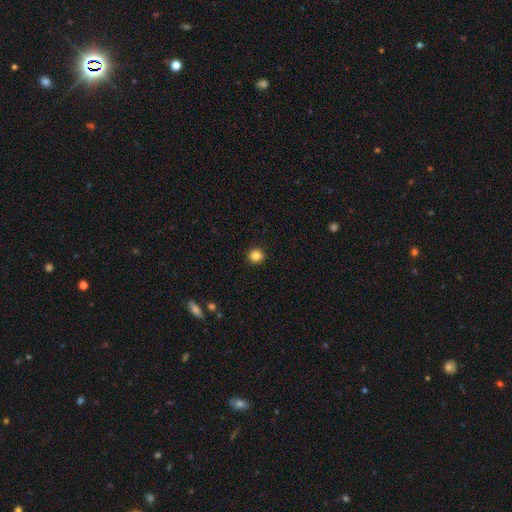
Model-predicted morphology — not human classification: smooth-or-featured: smooth: 85% | star or artifact: 11% | featured or disk: 4%
  how-rounded: round: 90% | in between: 9% | cigar-shaped: 1%
  merging: none: 93% | minor disturbance: 5% | major disturbance: 2% | merger: 1%